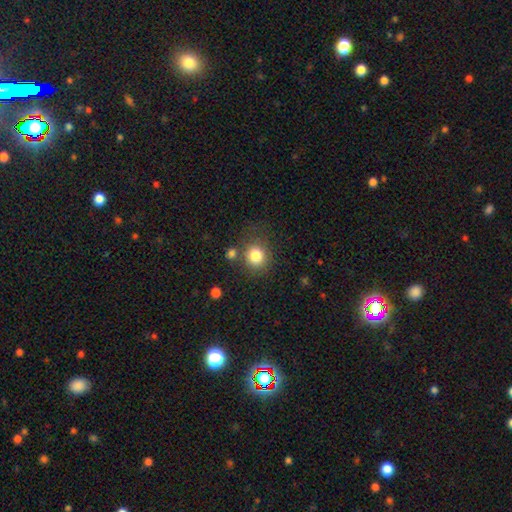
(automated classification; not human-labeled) Smooth or featured? smooth (82%)
How rounded? round (85%)
Merging? none (74%)